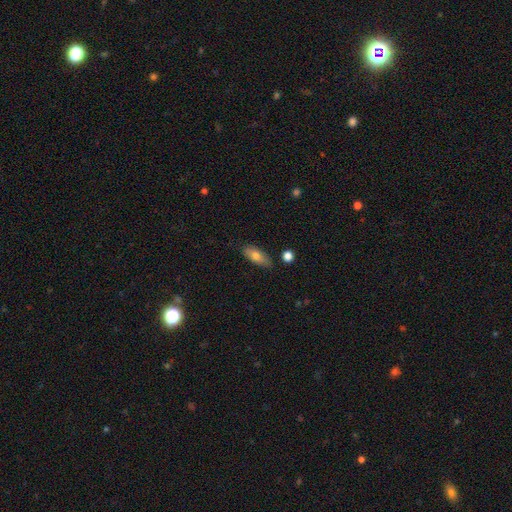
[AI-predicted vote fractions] Smooth or featured? Predicted: smooth (p=0.75). How rounded? Predicted: in between (p=0.79). Merging? Predicted: none (p=0.83).